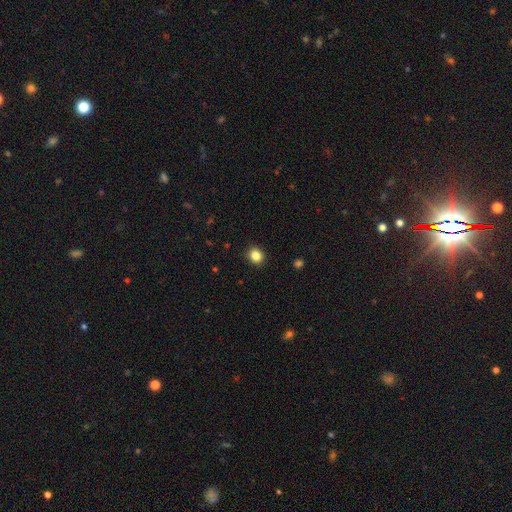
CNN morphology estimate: The model was most divided on "how rounded": round: 74%, in between: 25%, cigar-shaped: 1%. More confident: merging — none (91%); smooth or featured — smooth (85%).